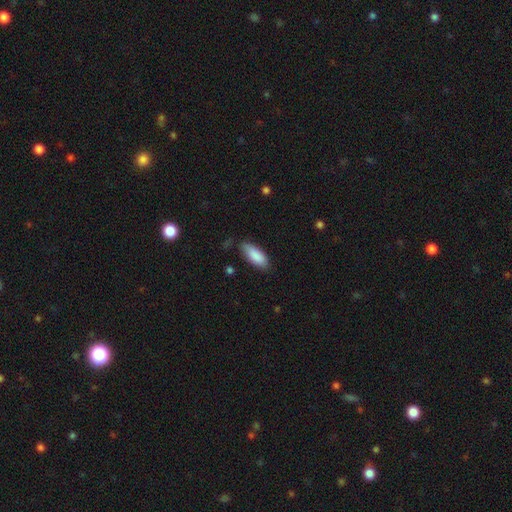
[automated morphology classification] Smooth or featured? Predicted: smooth (p=0.88). How rounded? Predicted: in between (p=0.79). Merging? Predicted: none (p=0.75).